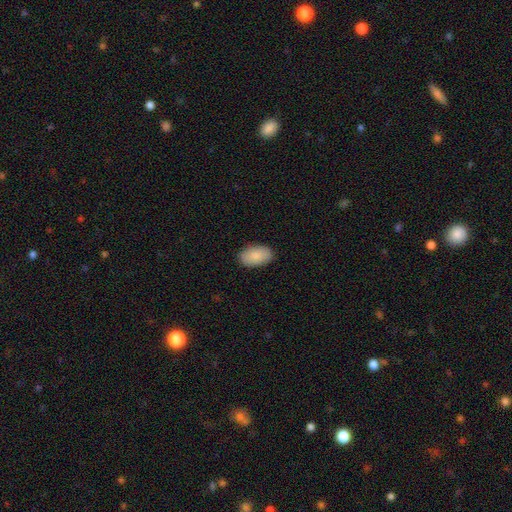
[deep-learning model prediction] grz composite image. It shows a smooth galaxy with no disk features (87%) that is in between round and cigar-shaped (94%). Merging: none (88%).